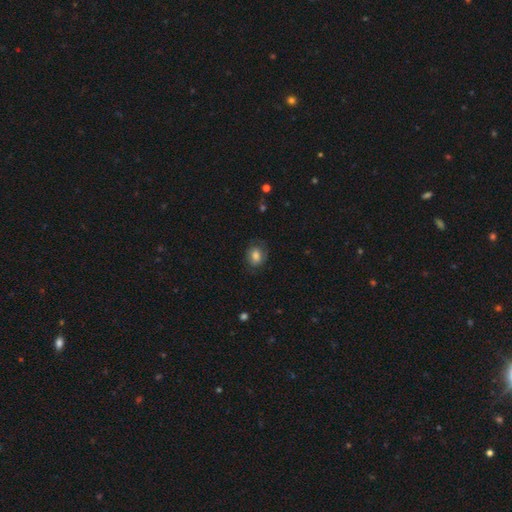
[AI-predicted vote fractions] smooth 77%, featured or disk 14%, star or artifact 9%. Down the decision tree: how rounded — in between (56%); merging — none (73%).